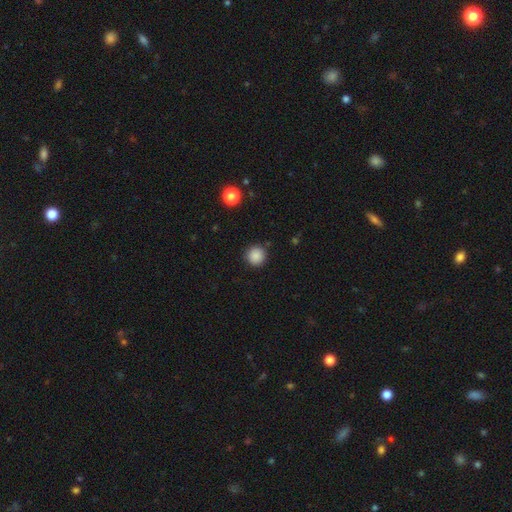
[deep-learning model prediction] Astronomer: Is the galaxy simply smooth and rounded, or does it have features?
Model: smooth — 87%.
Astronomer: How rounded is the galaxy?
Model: round — 95%.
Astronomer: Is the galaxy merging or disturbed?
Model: none — 90%.